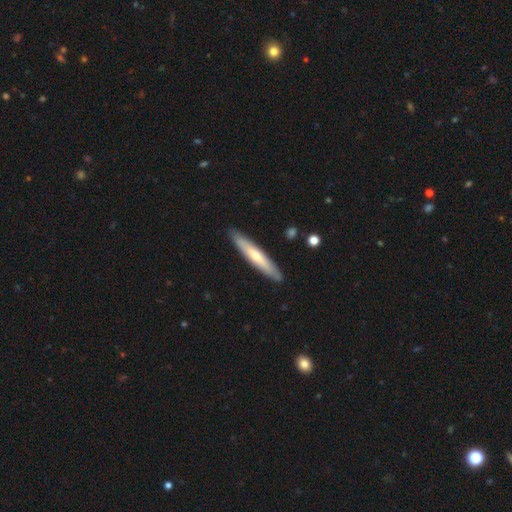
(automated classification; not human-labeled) This is possibly a smooth galaxy (47%, tied with featured or disk). Merging: clearly none (90%).